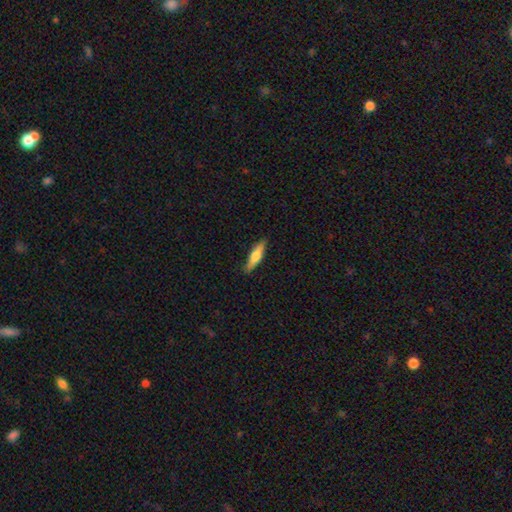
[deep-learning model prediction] A smooth galaxy with no disk features (55%) that is cigar-shaped (72%).

Vote fractions:
- Smooth or featured? smooth: 55% / featured or disk: 40% / star or artifact: 6%
- How rounded? cigar-shaped: 72% / in between: 26% / round: 2%
- Merging? none: 86% / minor disturbance: 11% / major disturbance: 2% / merger: 1%